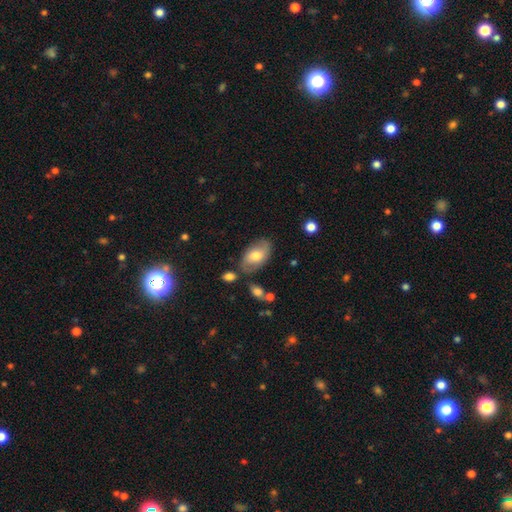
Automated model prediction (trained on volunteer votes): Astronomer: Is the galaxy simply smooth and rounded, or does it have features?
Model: smooth — 62%.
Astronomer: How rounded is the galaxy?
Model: in between — 93%.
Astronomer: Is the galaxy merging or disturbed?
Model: none — 70%.